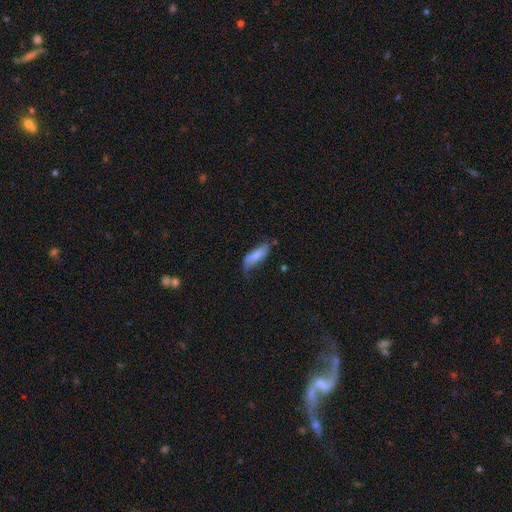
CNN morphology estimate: smooth 68%, featured or disk 26%, star or artifact 6%. Down the decision tree: how rounded — in between (61%); merging — none (47%).